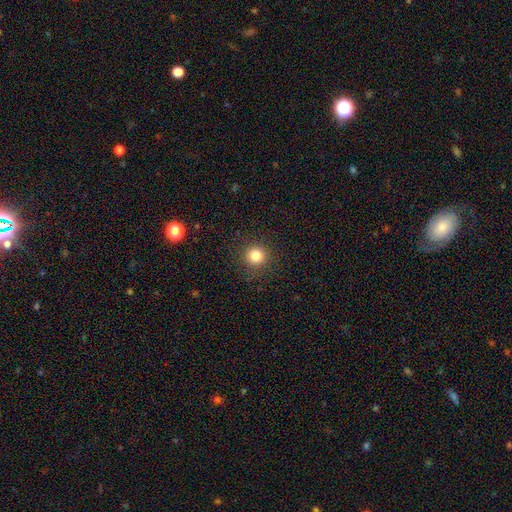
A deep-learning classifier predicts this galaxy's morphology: Overall: smooth (82%). How rounded: round (94%). Merging: none (90%).